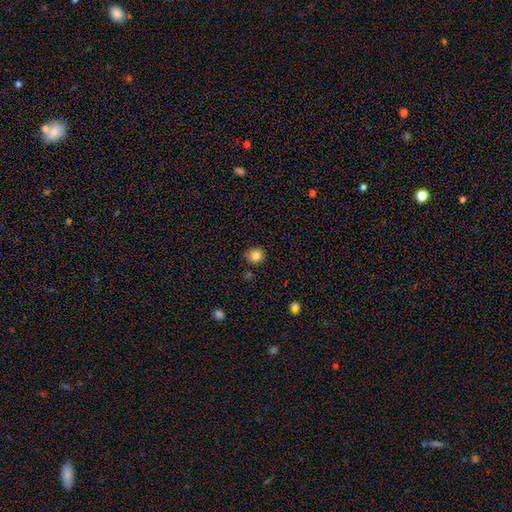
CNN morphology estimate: smooth_or_featured: smooth (p=0.83) [alt: star or artifact p=0.11]
how_rounded: round (p=0.91) [alt: in between p=0.08]
merging: none (p=0.86) [alt: minor disturbance p=0.09]